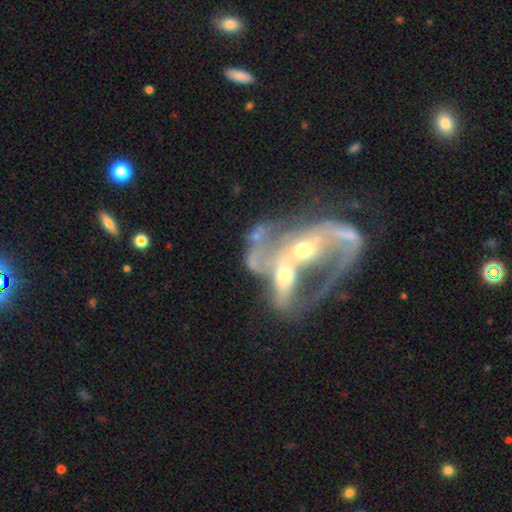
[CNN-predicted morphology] This is possibly a featured or disk galaxy (53%). It is clearly not viewed edge-on (93%). Merging: likely merger (76%).